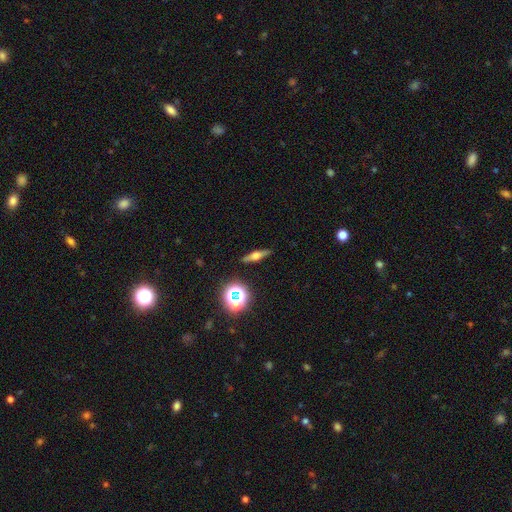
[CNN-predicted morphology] smooth_or_featured: featured or disk (p=0.54) [alt: smooth p=0.33]
disk_edge_on: yes (p=0.93) [alt: no p=0.07]
merging: none (p=0.89) [alt: minor disturbance p=0.08]